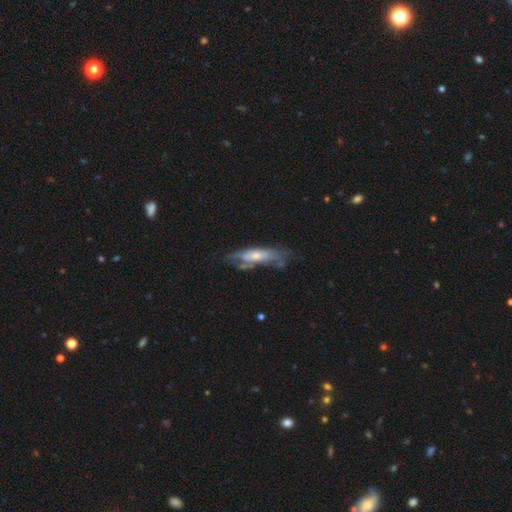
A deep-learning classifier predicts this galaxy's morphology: Overall: featured or disk (50%; smooth 43%). Edge-on disk: no (65%; yes 35%). Merging: none (42%; minor disturbance 28%).